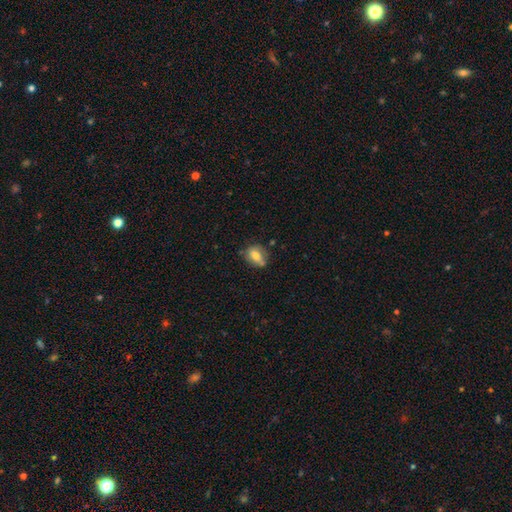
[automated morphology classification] Smooth or featured?
  - smooth: 65% *
  - featured or disk: 27%
  - star or artifact: 9%
How rounded?
  - in between: 63% *
  - round: 34%
  - cigar-shaped: 4%
Merging?
  - none: 65% *
  - minor disturbance: 24%
  - major disturbance: 6%
  - merger: 5%